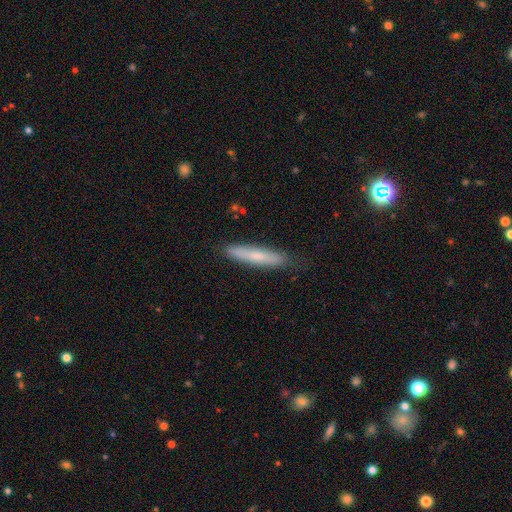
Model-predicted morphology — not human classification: Smooth or featured? Predicted: smooth (p=0.68). How rounded? Predicted: cigar-shaped (p=0.91). Merging? Predicted: none (p=0.82).